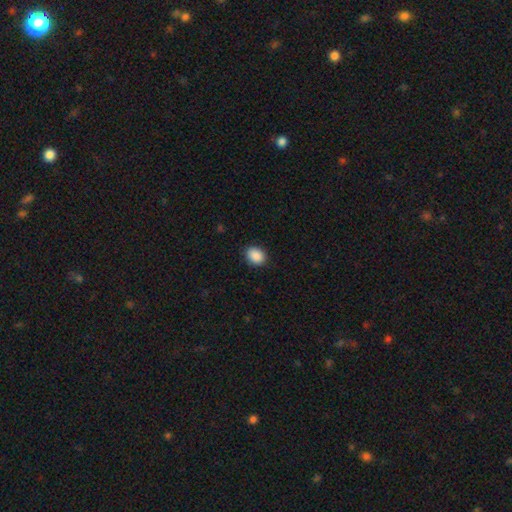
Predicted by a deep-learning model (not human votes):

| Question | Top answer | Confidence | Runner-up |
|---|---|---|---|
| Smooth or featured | smooth | 89% | star or artifact (8%) |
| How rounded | in between | 59% | round (40%) |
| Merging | none | 88% | minor disturbance (9%) |